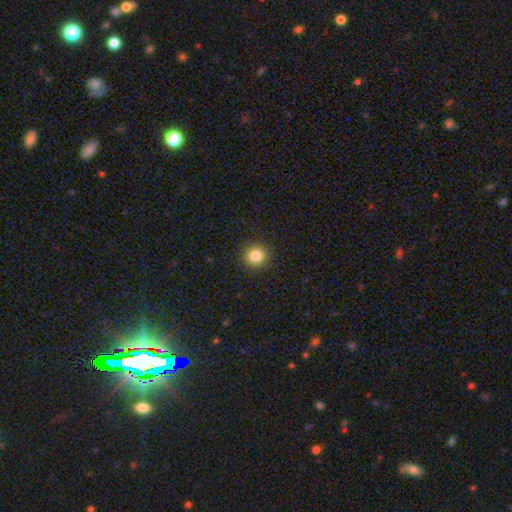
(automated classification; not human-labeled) This appears to be a smooth galaxy with no disk features (84%) that is round (94%). Merging: none (91%).